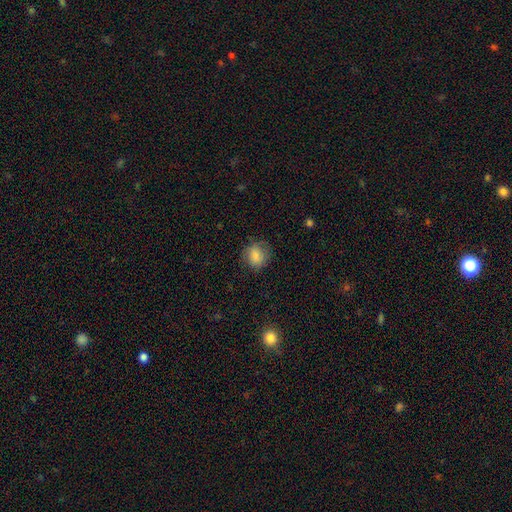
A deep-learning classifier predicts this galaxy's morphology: type=smooth (82%); roundness=round (77%); merging=none (77%).